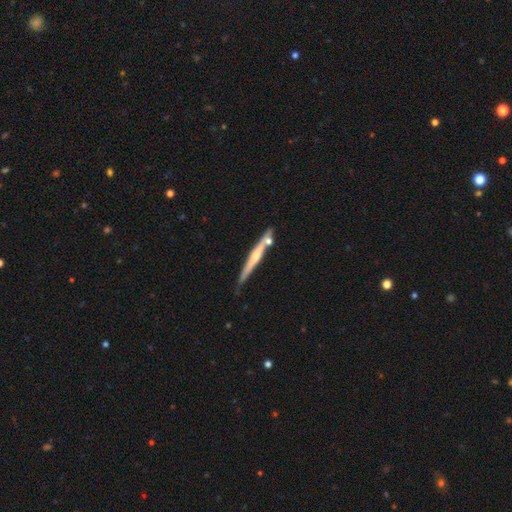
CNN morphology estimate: This appears to be a featured or disk galaxy (62%) viewed edge-on (96%) with a rounded central bulge (63%). Merging: none (71%).